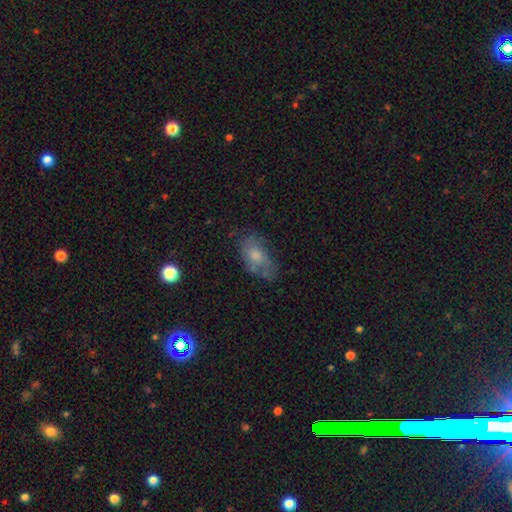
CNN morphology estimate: smooth 61%, featured or disk 29%, star or artifact 9%. Down the decision tree: how rounded — in between (89%); merging — none (53%).